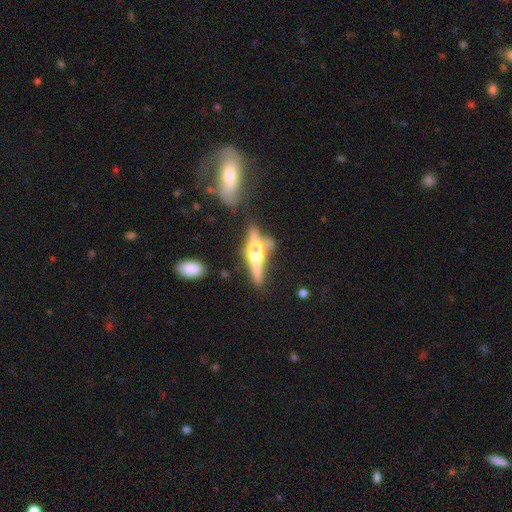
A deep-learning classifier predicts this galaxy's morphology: featured or disk 74%, smooth 18%, star or artifact 8%. Down the decision tree: edge-on disk — yes (93%); edge-on bulge — rounded (92%); merging — none (62%).